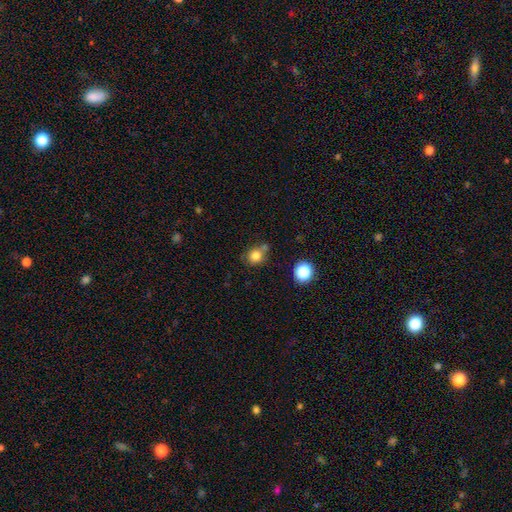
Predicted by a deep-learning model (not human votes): A smooth galaxy with no disk features (80%) that is round (74%). Merging: none (59%).